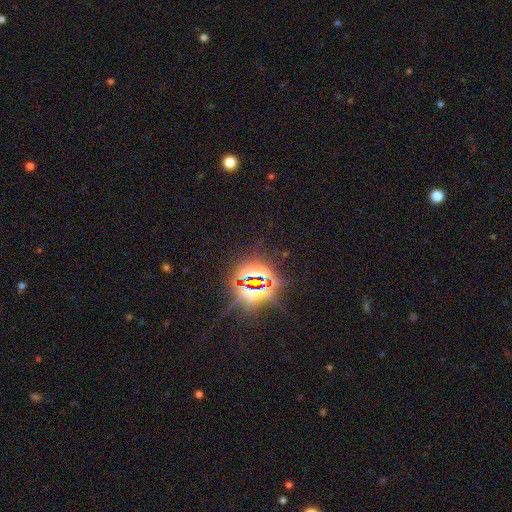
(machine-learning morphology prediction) Overall: star or artifact (84%).